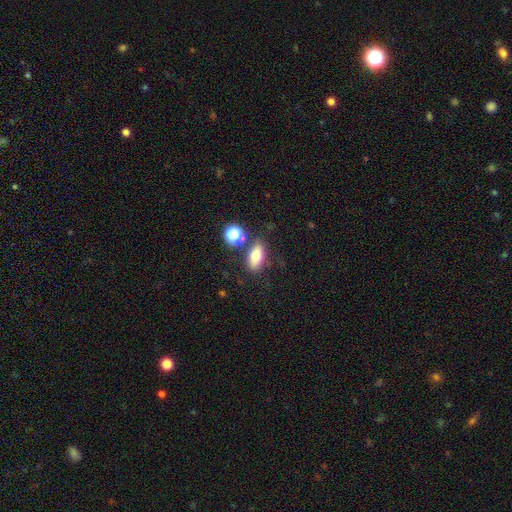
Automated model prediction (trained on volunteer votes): smooth 74%, featured or disk 15%, star or artifact 11%. Down the decision tree: how rounded — in between (79%); merging — none (75%).